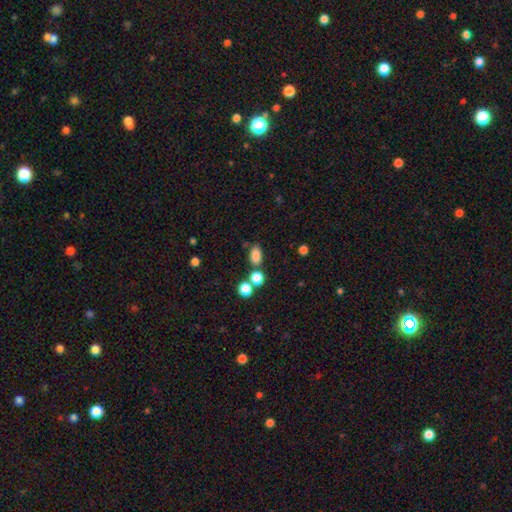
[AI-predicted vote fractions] Q: Smooth or featured?
A: smooth (82%); runner-up: star or artifact (12%)
Q: How rounded?
A: in between (83%); runner-up: round (15%)
Q: Merging?
A: none (70%); runner-up: merger (13%)